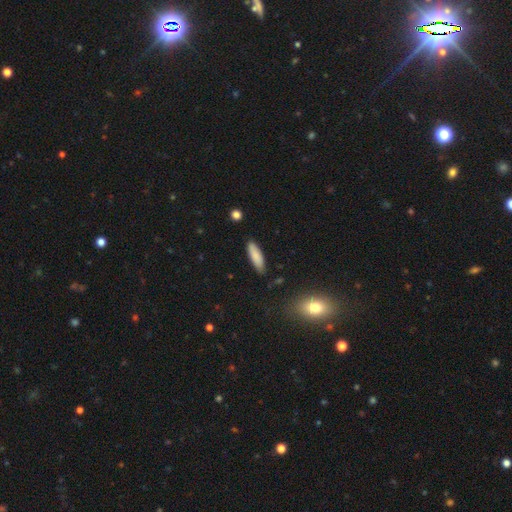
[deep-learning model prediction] The model was most divided on "how rounded": cigar-shaped: 56%, in between: 43%, round: 2%. More confident: merging — none (85%); smooth or featured — smooth (85%).